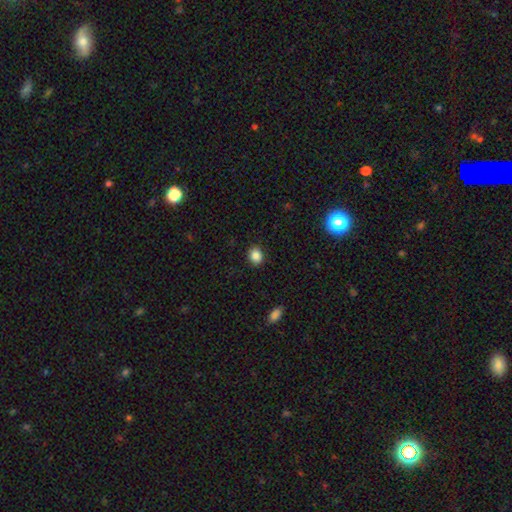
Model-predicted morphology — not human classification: Smooth or featured? smooth (86%)
How rounded? round (60%)
Merging? none (90%)